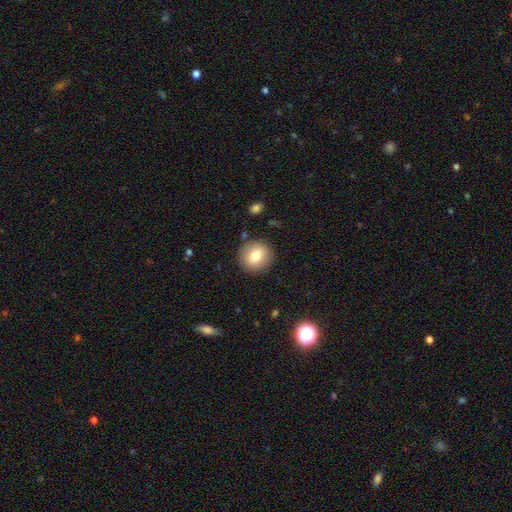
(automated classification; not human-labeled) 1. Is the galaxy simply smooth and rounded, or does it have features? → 75% smooth, 17% featured or disk, 9% star or artifact.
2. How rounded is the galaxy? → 88% round, 11% in between, 1% cigar-shaped.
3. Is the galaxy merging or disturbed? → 88% none, 8% minor disturbance, 3% major disturbance, 2% merger.